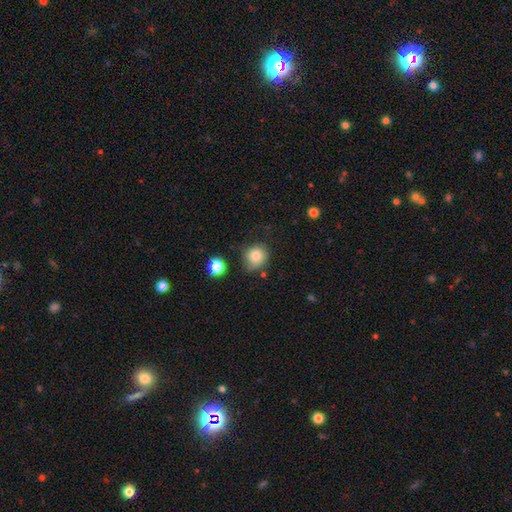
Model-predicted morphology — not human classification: Q: Smooth or featured?
A: smooth (81%); runner-up: star or artifact (11%)
Q: How rounded?
A: round (87%); runner-up: in between (13%)
Q: Merging?
A: none (69%); runner-up: minor disturbance (21%)